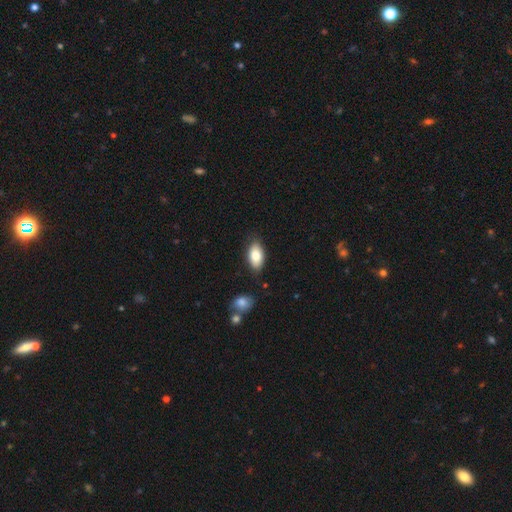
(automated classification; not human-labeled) Morphology: type=smooth (82%); roundness=in between (93%); merging=none (81%).